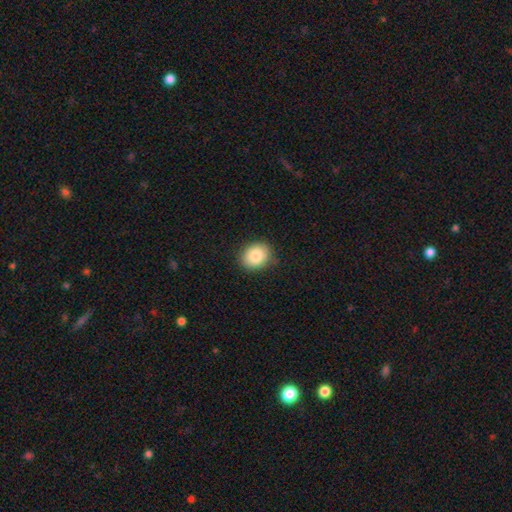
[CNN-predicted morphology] Smooth or featured? smooth (86%)
How rounded? round (53%)
Merging? none (85%)